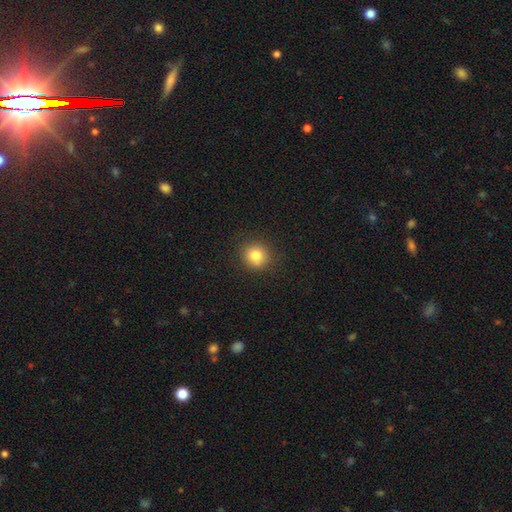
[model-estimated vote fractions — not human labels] smooth_or_featured: smooth (p=0.81) [alt: star or artifact p=0.12]
how_rounded: round (p=0.89) [alt: in between p=0.10]
merging: none (p=0.88) [alt: minor disturbance p=0.08]